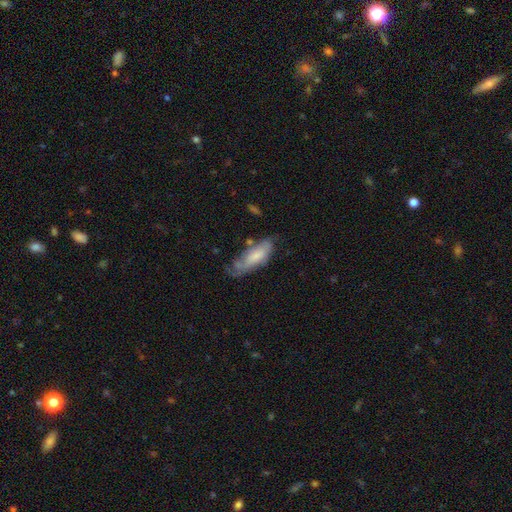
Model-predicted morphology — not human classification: smooth 51%, featured or disk 42%, star or artifact 7%. Down the decision tree: how rounded — in between (68%); merging — none (43%).